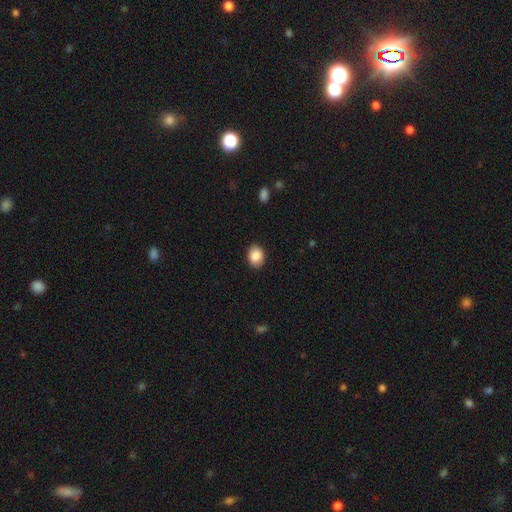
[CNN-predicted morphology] smooth 88%, star or artifact 7%, featured or disk 4%. Down the decision tree: how rounded — in between (62%); merging — none (88%).